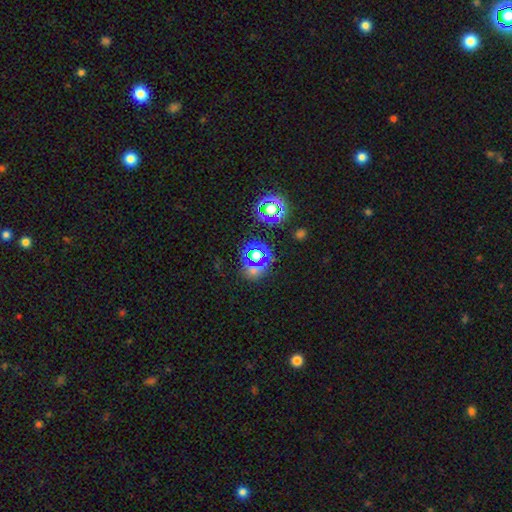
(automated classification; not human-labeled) This appears to be a star or artifact, not a galaxy (64%).